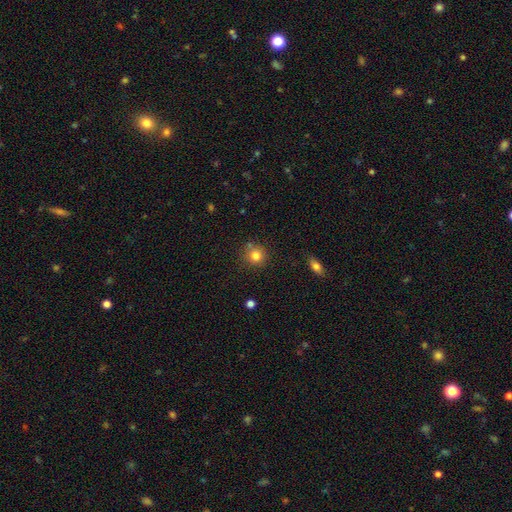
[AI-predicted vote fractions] Morphology: type=smooth (81%); roundness=round (92%); merging=none (80%).